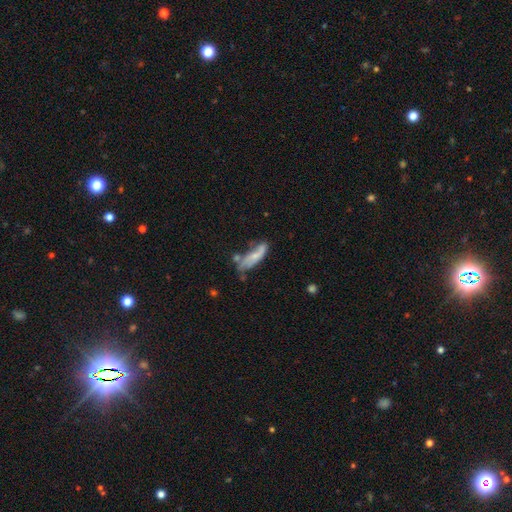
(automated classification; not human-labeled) Smooth or featured? Predicted: smooth (p=0.54). How rounded? Predicted: cigar-shaped (p=0.52). Merging? Predicted: none (p=0.41).